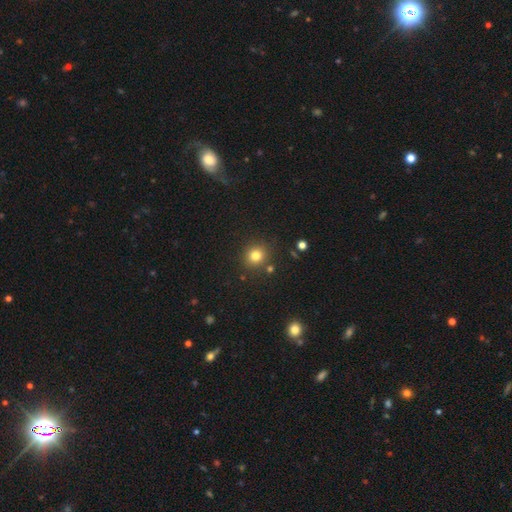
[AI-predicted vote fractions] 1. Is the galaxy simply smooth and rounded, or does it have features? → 80% smooth, 14% star or artifact, 6% featured or disk.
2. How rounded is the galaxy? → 89% round, 10% in between, 1% cigar-shaped.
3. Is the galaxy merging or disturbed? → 85% none, 8% minor disturbance, 5% merger, 3% major disturbance.